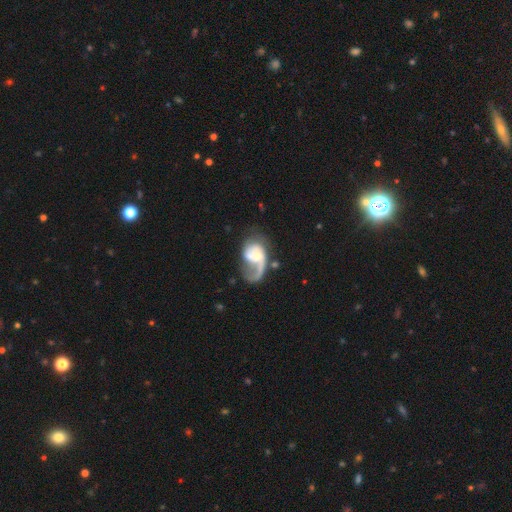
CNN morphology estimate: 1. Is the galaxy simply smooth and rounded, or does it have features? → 75% featured or disk, 19% smooth, 6% star or artifact.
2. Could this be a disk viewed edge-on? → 98% no, 2% yes.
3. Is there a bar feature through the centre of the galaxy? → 66% no, 29% weak, 5% strong.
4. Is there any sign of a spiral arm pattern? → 88% yes, 12% no.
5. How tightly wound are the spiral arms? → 54% loose, 32% medium, 13% tight.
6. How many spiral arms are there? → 74% 1, 18% 2, 5% can't tell, 1% 3, 1% 4, 1% more than 4.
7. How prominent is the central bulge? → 43% moderate, 40% small, 8% large, 6% none, 2% dominant.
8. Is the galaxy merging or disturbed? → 45% major disturbance, 29% none, 16% minor disturbance, 10% merger.